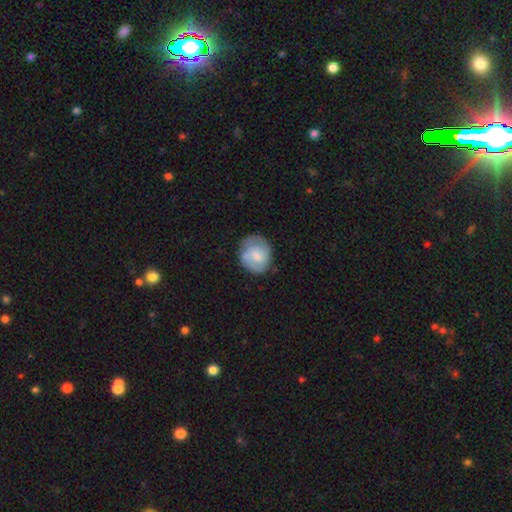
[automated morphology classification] Smooth or featured: smooth — 62% (featured or disk — 32%)
How rounded: round — 74% (in between — 25%)
Merging: none — 64% (minor disturbance — 25%)